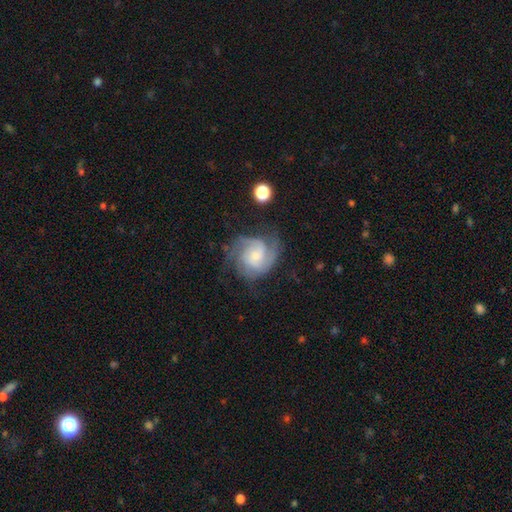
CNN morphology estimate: The model was most divided on "spiral winding": tight: 46%, medium: 43%, loose: 11%. Remaining: edge-on disk — no (98%); spiral arms — yes (97%); smooth or featured — featured or disk (83%); merging — none (64%); bar — no (63%); bulge size — small (55%); spiral arm count — 3 (36%).